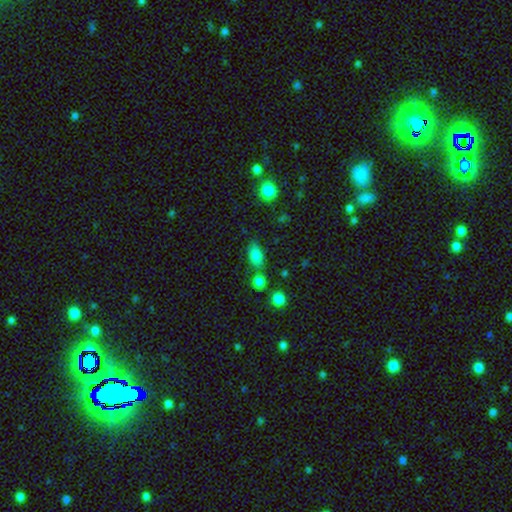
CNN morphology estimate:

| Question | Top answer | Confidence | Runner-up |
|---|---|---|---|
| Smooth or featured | smooth | 82% | star or artifact (10%) |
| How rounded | in between | 86% | round (9%) |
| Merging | none | 69% | minor disturbance (15%) |